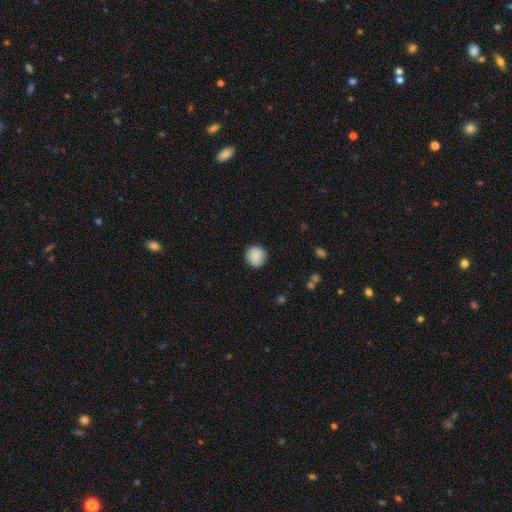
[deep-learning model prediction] A smooth galaxy with no disk features (85%) that is round (93%). Merging: none (88%).